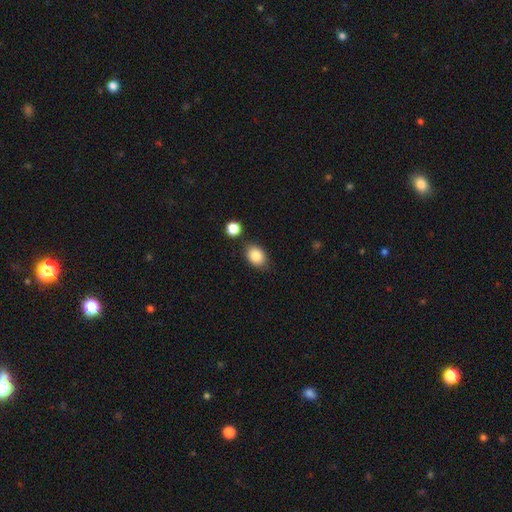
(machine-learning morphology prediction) Q: Smooth or featured?
A: smooth (85%); runner-up: star or artifact (9%)
Q: How rounded?
A: in between (71%); runner-up: round (27%)
Q: Merging?
A: none (79%); runner-up: minor disturbance (13%)